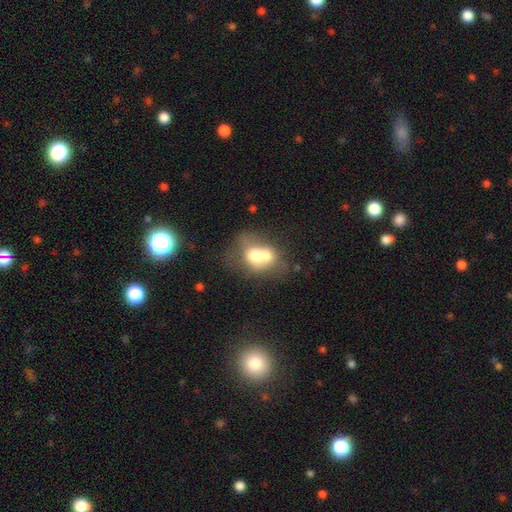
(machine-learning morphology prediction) type=smooth (62%); roundness=round (57%); merging=merger (72%).